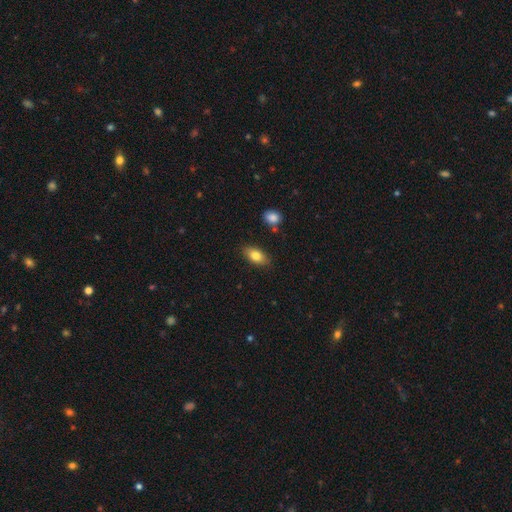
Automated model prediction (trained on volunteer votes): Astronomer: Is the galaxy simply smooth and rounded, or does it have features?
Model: smooth — 81%.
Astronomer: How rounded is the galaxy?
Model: in between — 89%.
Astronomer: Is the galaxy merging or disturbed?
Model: none — 83%.